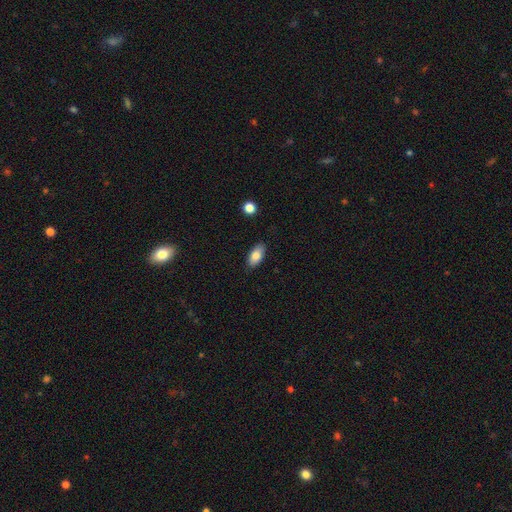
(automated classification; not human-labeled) Smooth or featured: smooth — 81% (featured or disk — 11%)
How rounded: in between — 90% (cigar-shaped — 7%)
Merging: none — 86% (minor disturbance — 10%)